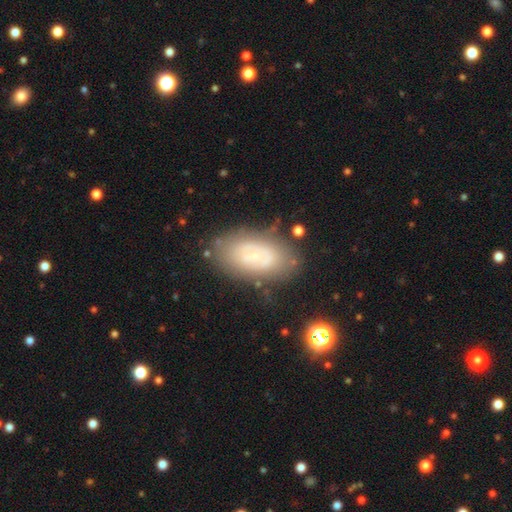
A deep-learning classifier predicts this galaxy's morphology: Smooth or featured?
  - smooth: 45% * (tied)
  - featured or disk: 45% * (tied)
  - star or artifact: 10%
Merging?
  - none: 69% *
  - minor disturbance: 19%
  - major disturbance: 8%
  - merger: 4%